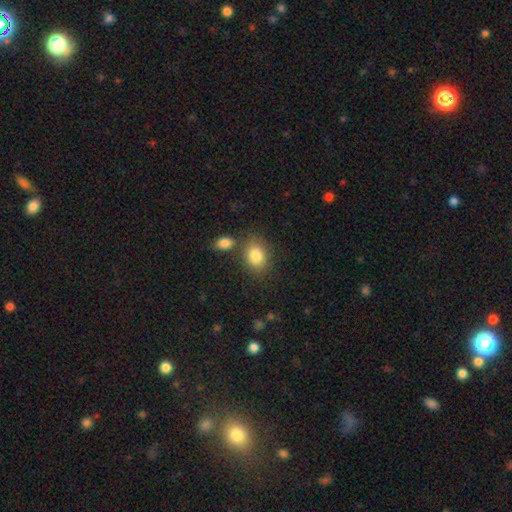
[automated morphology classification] Smooth or featured? Predicted: smooth (p=0.84). How rounded? Predicted: in between (p=0.66). Merging? Predicted: none (p=0.70).